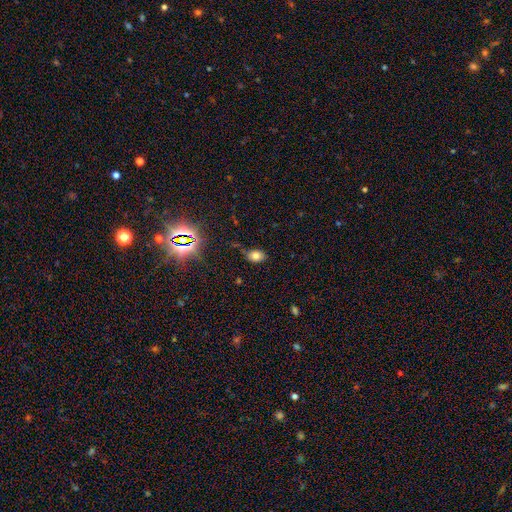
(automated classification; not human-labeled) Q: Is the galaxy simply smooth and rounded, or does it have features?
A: smooth — 73%.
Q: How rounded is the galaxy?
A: in between — 76%.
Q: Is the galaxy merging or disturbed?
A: none — 68%.